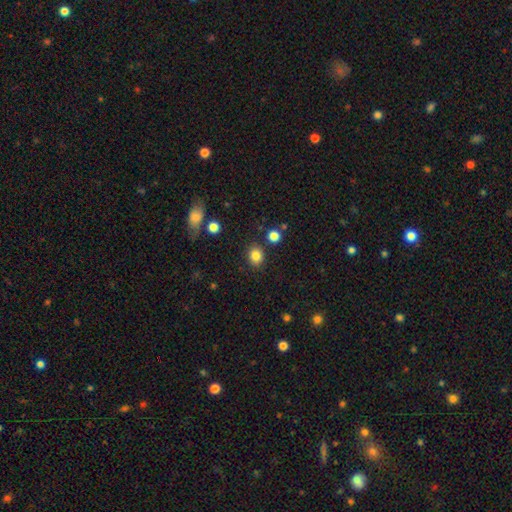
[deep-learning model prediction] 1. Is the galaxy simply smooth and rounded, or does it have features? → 83% smooth, 11% star or artifact, 5% featured or disk.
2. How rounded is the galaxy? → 67% round, 32% in between, 1% cigar-shaped.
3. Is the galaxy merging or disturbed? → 85% none, 9% minor disturbance, 4% merger, 3% major disturbance.